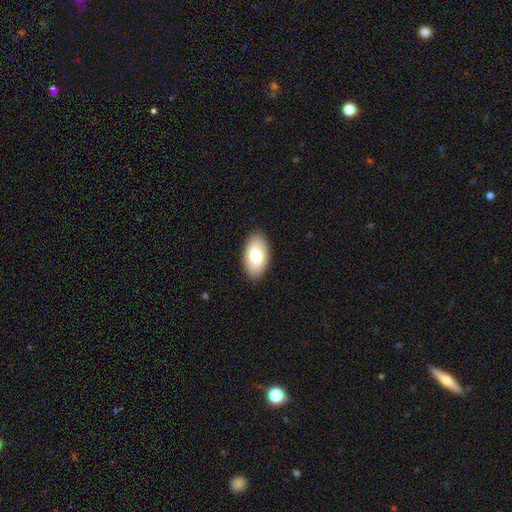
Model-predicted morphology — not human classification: A smooth galaxy with no disk features (76%) that is in between round and cigar-shaped (95%). Merging: none (89%).